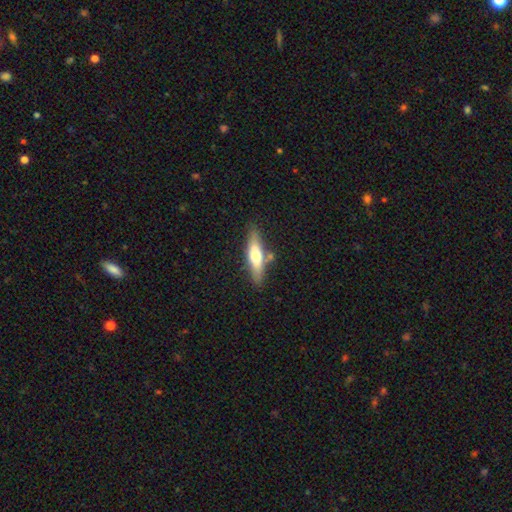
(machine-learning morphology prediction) A smooth galaxy with no disk features (52%) that is cigar-shaped (68%). Merging: none (77%).